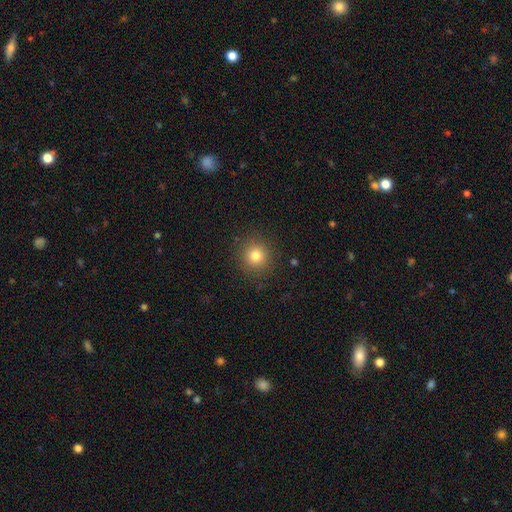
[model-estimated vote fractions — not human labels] This appears to be a smooth galaxy with no disk features (81%) that is round (93%). Merging: none (89%).